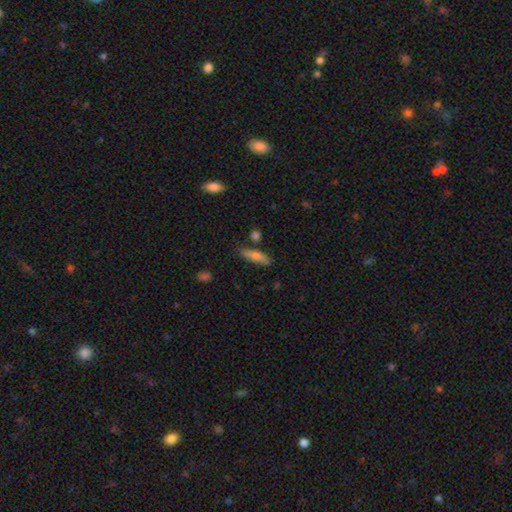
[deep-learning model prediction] Smooth or featured? smooth (74%)
How rounded? cigar-shaped (65%)
Merging? none (76%)